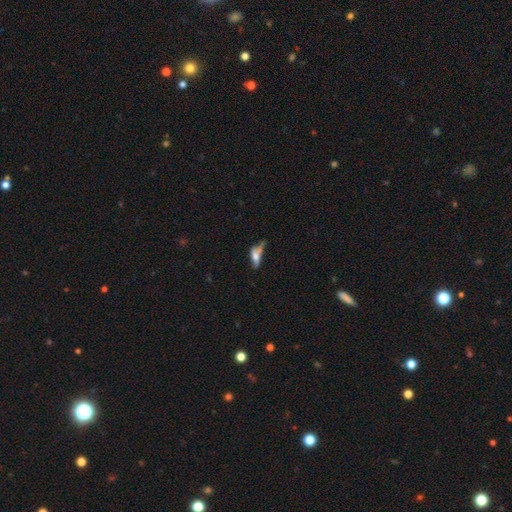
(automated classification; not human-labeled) smooth_or_featured: smooth (p=0.50) [alt: featured or disk p=0.39]
merging: major disturbance (p=0.28) [alt: none p=0.27]